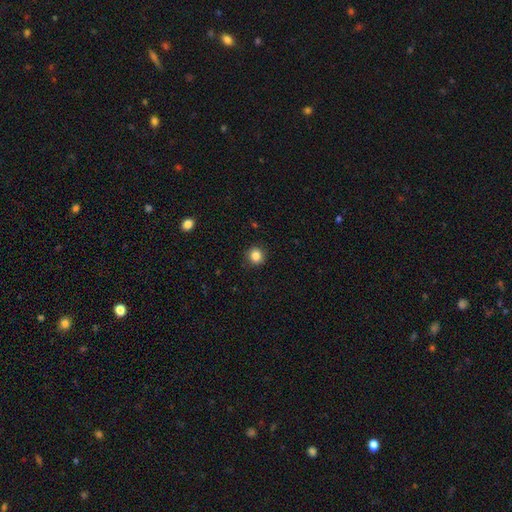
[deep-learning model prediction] Morphology: type=smooth (84%); roundness=round (92%); merging=none (91%).